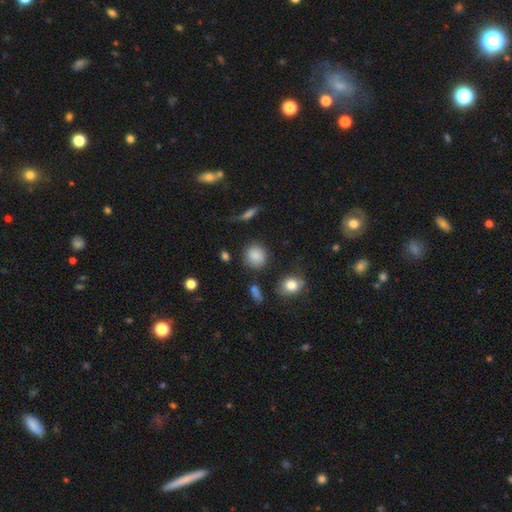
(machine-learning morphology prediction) A smooth galaxy with no disk features (85%) that is round (84%).

Vote fractions:
- Smooth or featured? smooth: 85% / star or artifact: 10% / featured or disk: 6%
- How rounded? round: 84% / in between: 15% / cigar-shaped: 1%
- Merging? none: 83% / minor disturbance: 11% / major disturbance: 4% / merger: 3%